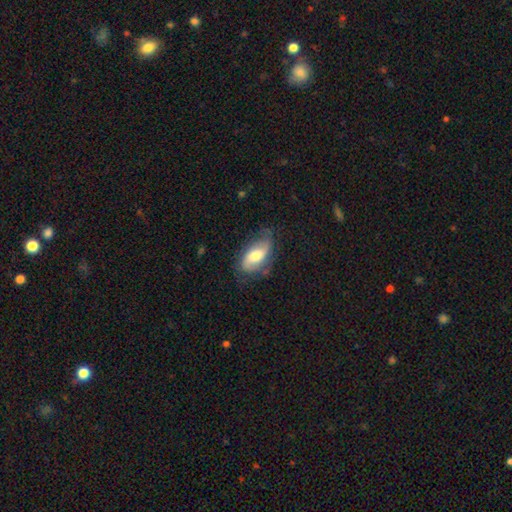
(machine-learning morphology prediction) Smooth or featured: featured or disk — 51% (smooth — 42%)
Edge-on disk: no — 90% (yes — 10%)
Merging: none — 59% (minor disturbance — 27%)